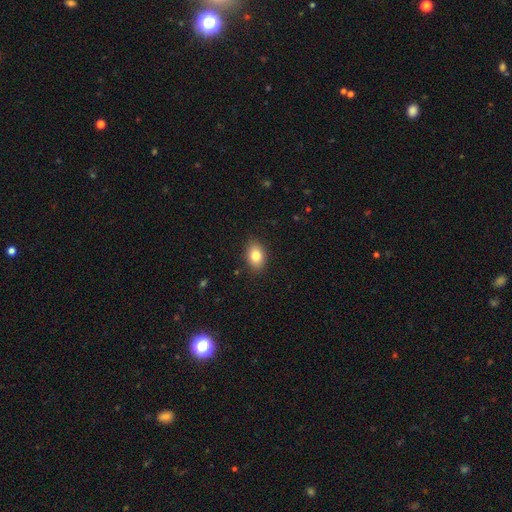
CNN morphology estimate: Overall: smooth (82%). How rounded: in between (79%). Merging: none (87%).